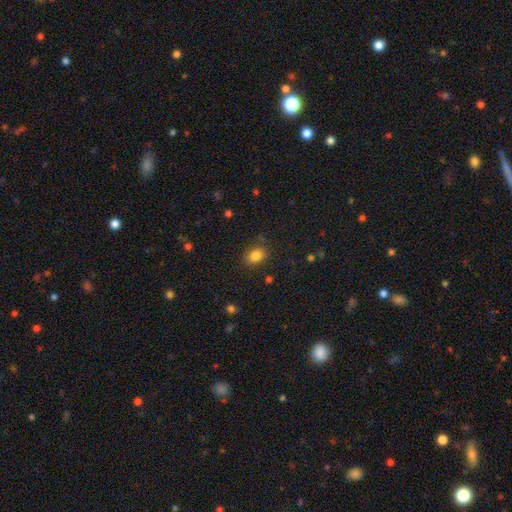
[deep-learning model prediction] Q: Smooth or featured?
A: smooth (83%); runner-up: star or artifact (10%)
Q: How rounded?
A: in between (67%); runner-up: round (32%)
Q: Merging?
A: none (81%); runner-up: minor disturbance (13%)